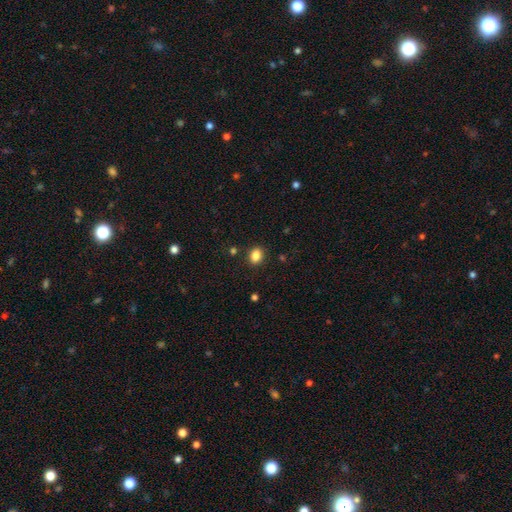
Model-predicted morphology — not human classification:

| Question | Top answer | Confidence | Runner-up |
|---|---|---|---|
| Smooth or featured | smooth | 85% | star or artifact (10%) |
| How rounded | in between | 70% | round (29%) |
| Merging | none | 86% | minor disturbance (9%) |